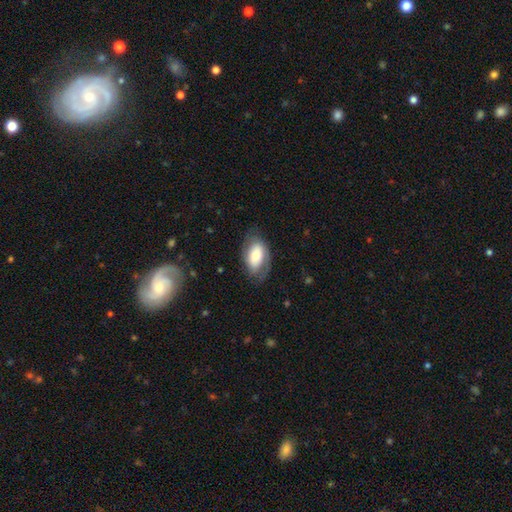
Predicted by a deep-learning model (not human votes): Overall: smooth (59%; featured or disk 35%). How rounded: in between (92%). Merging: none (70%).